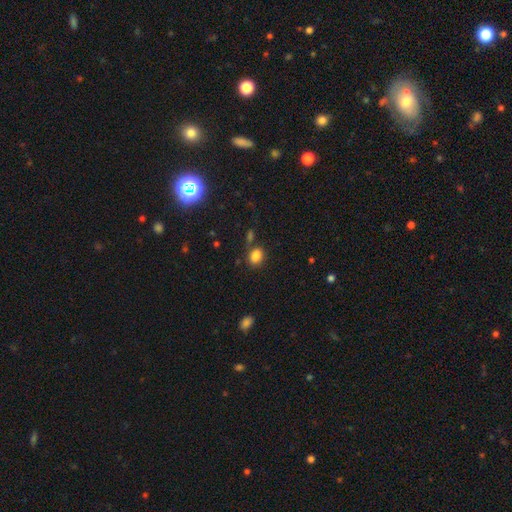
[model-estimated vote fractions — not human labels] smooth_or_featured: smooth (p=0.83) [alt: star or artifact p=0.12]
how_rounded: in between (p=0.66) [alt: round p=0.33]
merging: none (p=0.72) [alt: minor disturbance p=0.14]